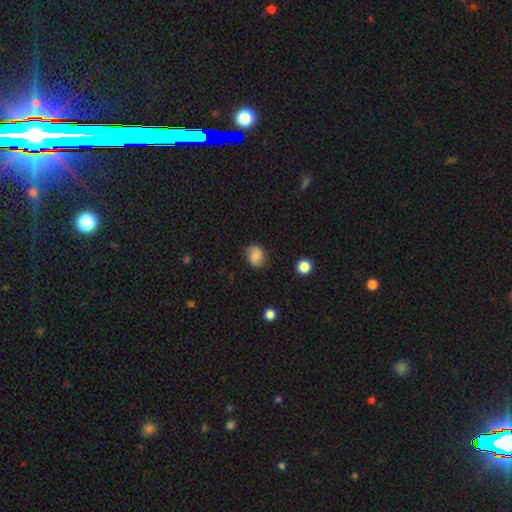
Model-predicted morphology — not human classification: smooth-or-featured: smooth: 79% | featured or disk: 12% | star or artifact: 9%
  how-rounded: round: 65% | in between: 34% | cigar-shaped: 1%
  merging: none: 78% | minor disturbance: 17% | major disturbance: 4% | merger: 1%